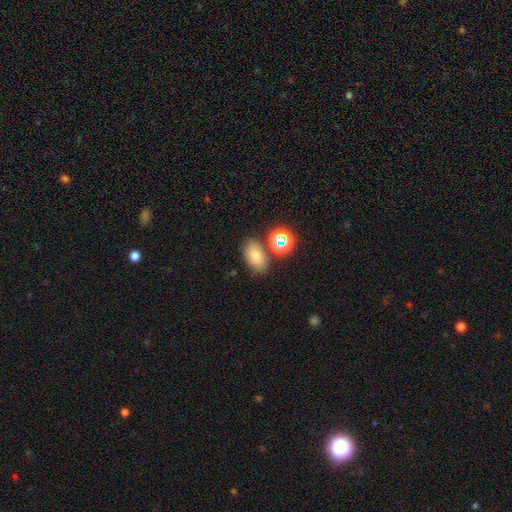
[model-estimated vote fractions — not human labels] smooth_or_featured: smooth (p=0.75) [alt: star or artifact p=0.14]
how_rounded: in between (p=0.85) [alt: round p=0.13]
merging: none (p=0.73) [alt: minor disturbance p=0.12]